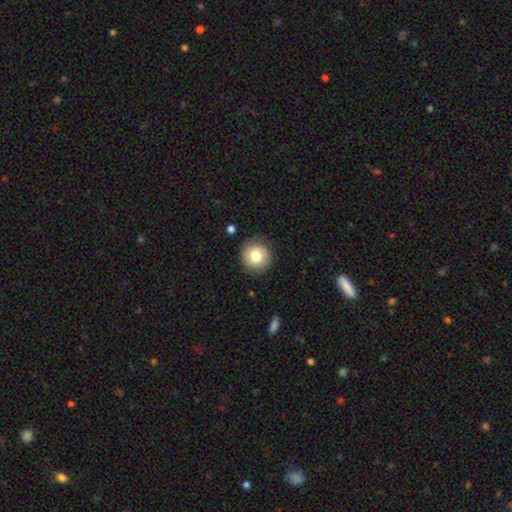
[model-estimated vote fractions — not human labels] smooth 80%, featured or disk 11%, star or artifact 9%. Down the decision tree: how rounded — round (94%); merging — none (89%).